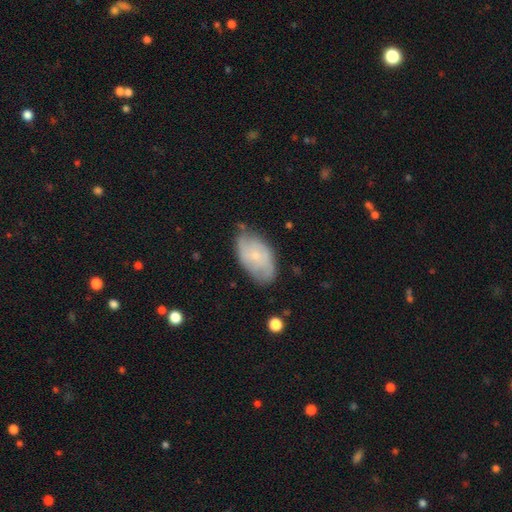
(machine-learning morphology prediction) The model was most divided on "smooth or featured": featured or disk: 47%, smooth: 46%, star or artifact: 7%. More confident: merging — none (66%).